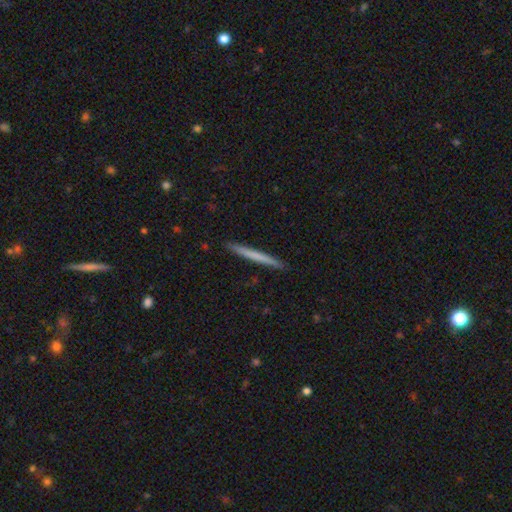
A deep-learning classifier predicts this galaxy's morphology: smooth 61%, featured or disk 34%, star or artifact 5%. Down the decision tree: how rounded — cigar-shaped (97%); merging — none (92%).